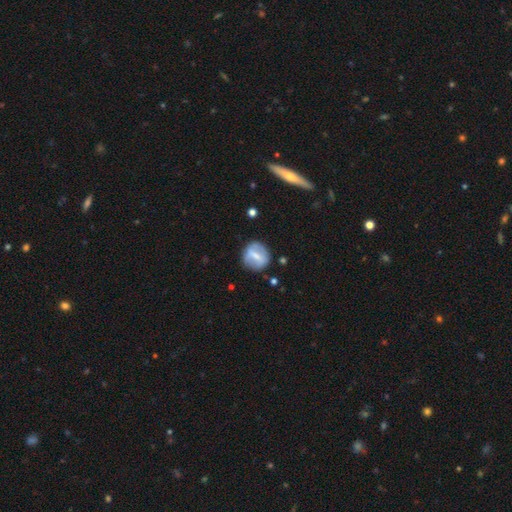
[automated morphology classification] Overall: featured or disk (47%; smooth 46%). Merging: none (78%).